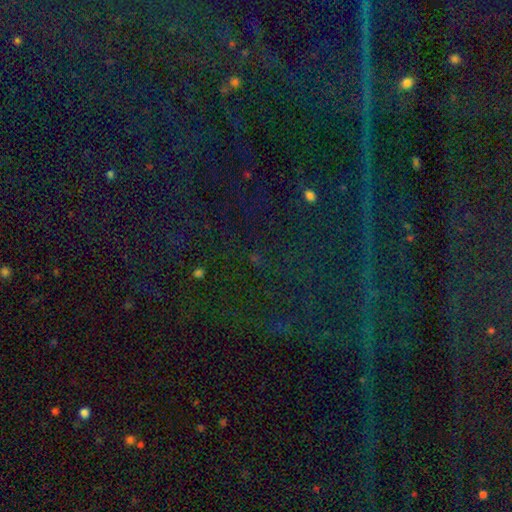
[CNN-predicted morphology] A star or artifact, not a galaxy (82%).

Vote fractions:
- Smooth or featured? star or artifact: 82% / smooth: 10% / featured or disk: 8%